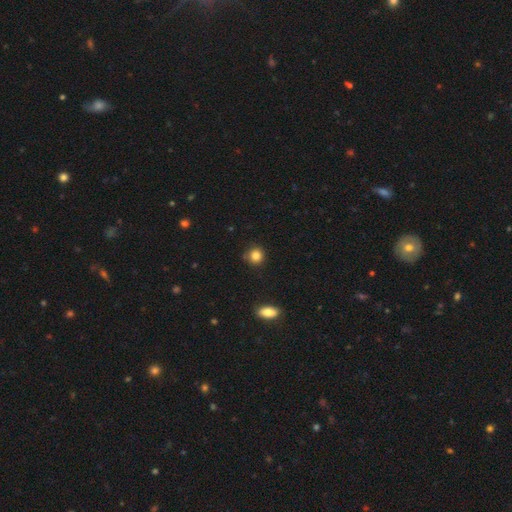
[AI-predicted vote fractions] Overall: smooth (84%). How rounded: round (87%). Merging: none (82%).